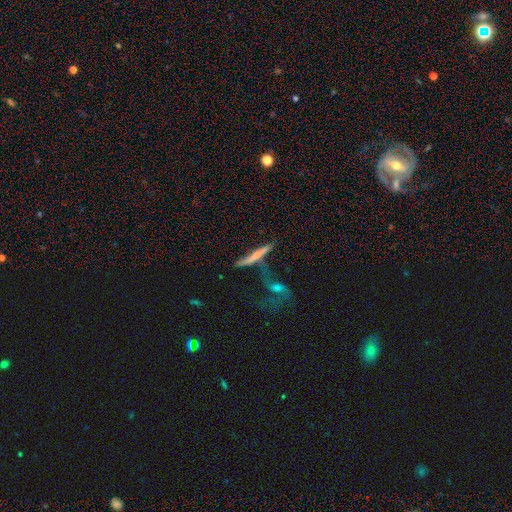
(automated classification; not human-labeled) Smooth or featured? smooth (45%, tied with featured or disk)
Merging? none (42%)